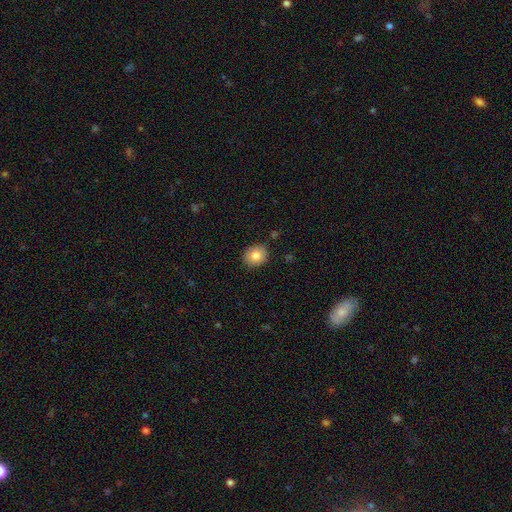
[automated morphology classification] Overall: smooth (82%). How rounded: round (62%; in between 37%). Merging: none (87%).